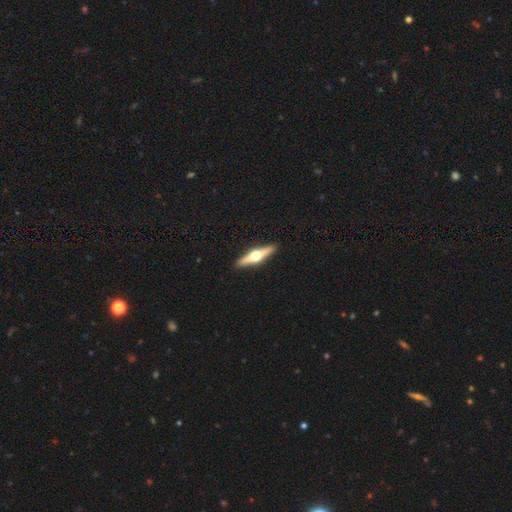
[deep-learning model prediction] Q: Smooth or featured?
A: featured or disk (74%); runner-up: smooth (21%)
Q: Edge-on disk?
A: yes (98%); runner-up: no (2%)
Q: Edge-on bulge?
A: rounded (97%); runner-up: boxy (2%)
Q: Merging?
A: none (93%); runner-up: minor disturbance (5%)